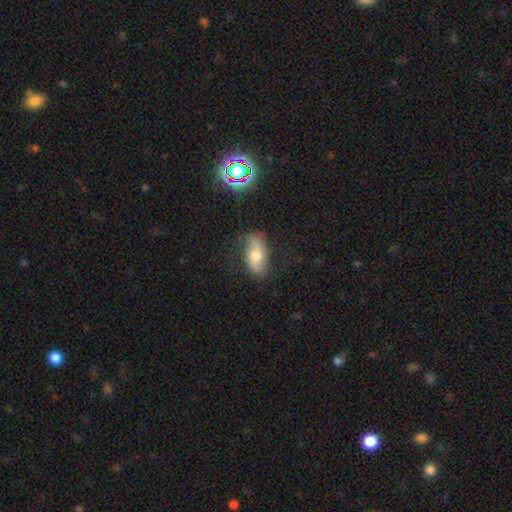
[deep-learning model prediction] This appears to be a smooth galaxy with no disk features (51%) that is in between round and cigar-shaped (89%). Merging: none (71%).